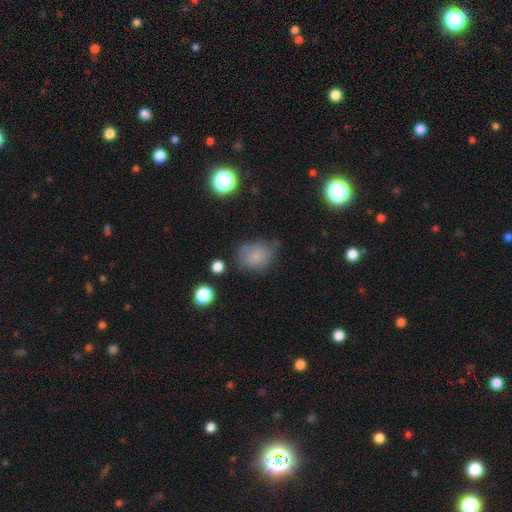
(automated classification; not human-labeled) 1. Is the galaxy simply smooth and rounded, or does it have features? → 76% smooth, 13% star or artifact, 10% featured or disk.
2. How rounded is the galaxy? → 51% round, 48% in between, 1% cigar-shaped.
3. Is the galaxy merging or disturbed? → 62% none, 26% minor disturbance, 8% major disturbance, 4% merger.